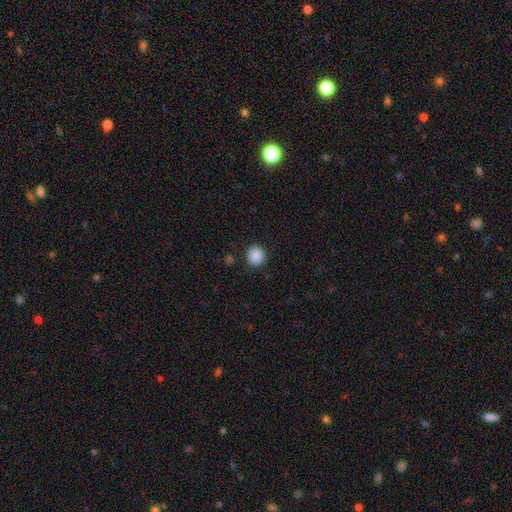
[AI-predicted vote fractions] Q: Smooth or featured?
A: smooth (88%); runner-up: star or artifact (9%)
Q: How rounded?
A: round (91%); runner-up: in between (8%)
Q: Merging?
A: none (90%); runner-up: minor disturbance (6%)